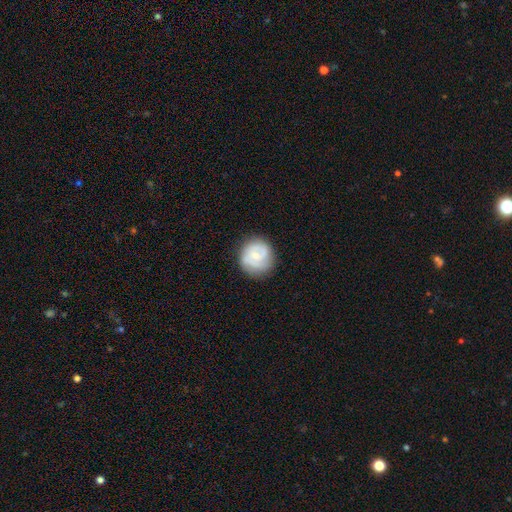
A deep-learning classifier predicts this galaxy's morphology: This is possibly a featured or disk galaxy (53%). It is clearly not viewed edge-on (98%). Bar: possibly no (59%). Spiral arm pattern: clearly yes (82%). Central bulge: likely small (60%). Merging: likely none (77%).